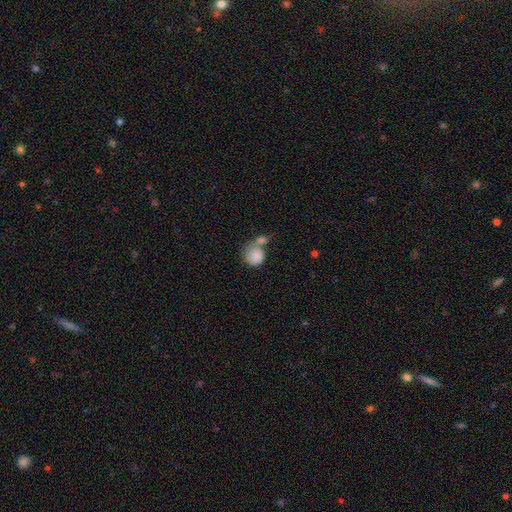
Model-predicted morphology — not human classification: Smooth or featured: smooth — 84% (featured or disk — 9%)
How rounded: round — 82% (in between — 17%)
Merging: merger — 46% (none — 29%)